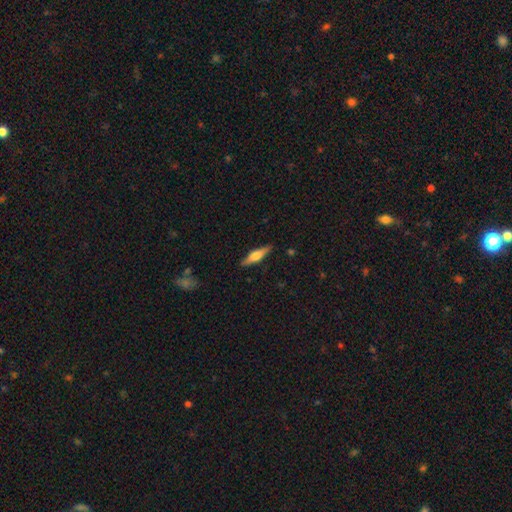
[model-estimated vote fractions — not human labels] smooth-or-featured: featured or disk: 54% | smooth: 40% | star or artifact: 6%
  disk-edge-on: yes: 95% | no: 5%
    edge-on-bulge: rounded: 87% | boxy: 10% | none: 3%
  merging: none: 88% | minor disturbance: 9% | major disturbance: 2% | merger: 1%